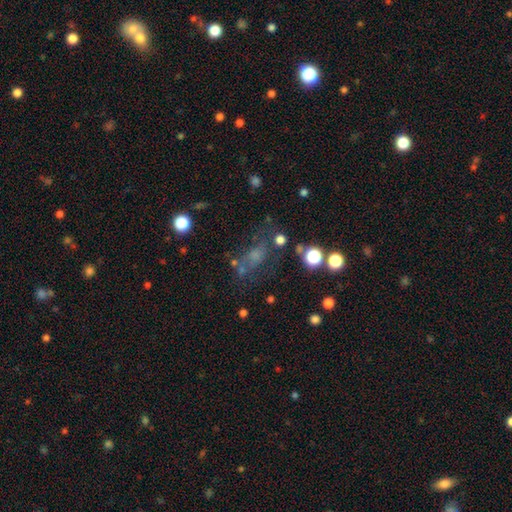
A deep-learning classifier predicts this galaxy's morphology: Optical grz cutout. It shows a smooth galaxy with no disk features (45%). Merging: none (50%).